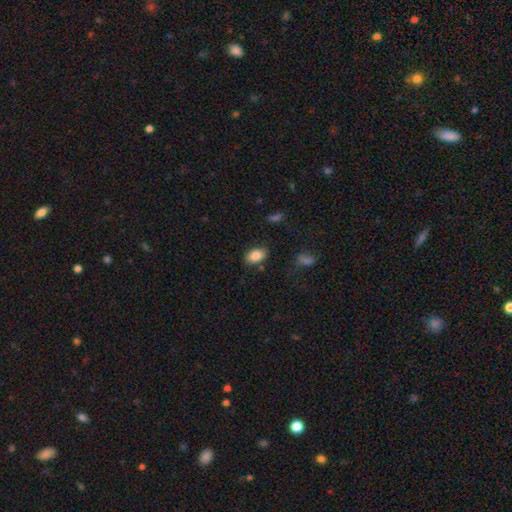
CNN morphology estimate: smooth_or_featured: smooth (p=0.84) [alt: star or artifact p=0.08]
how_rounded: in between (p=0.87) [alt: round p=0.12]
merging: none (p=0.79) [alt: minor disturbance p=0.14]